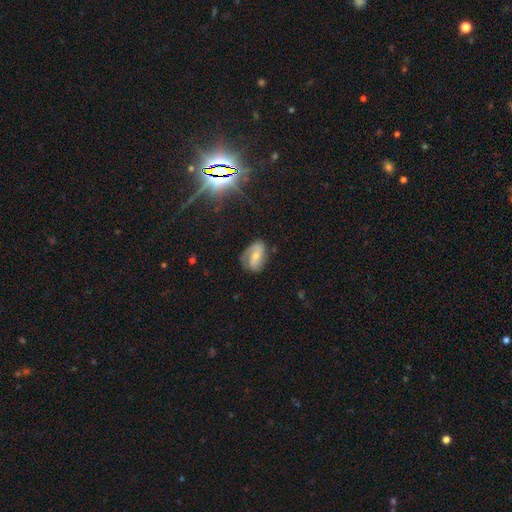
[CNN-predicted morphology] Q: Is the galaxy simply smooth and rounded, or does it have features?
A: featured or disk — 58%.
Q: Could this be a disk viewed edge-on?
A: no — 95%.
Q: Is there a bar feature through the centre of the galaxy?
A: no — 50%.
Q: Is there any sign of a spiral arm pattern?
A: yes — 83%.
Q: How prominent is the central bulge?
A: moderate — 51%.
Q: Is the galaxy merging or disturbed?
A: none — 59%.